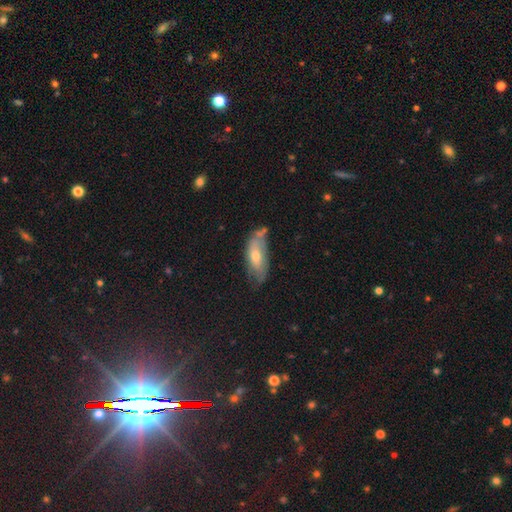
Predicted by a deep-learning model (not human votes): Q: Smooth or featured?
A: smooth (52%); runner-up: featured or disk (39%)
Q: How rounded?
A: in between (74%); runner-up: cigar-shaped (23%)
Q: Merging?
A: none (48%); runner-up: minor disturbance (32%)